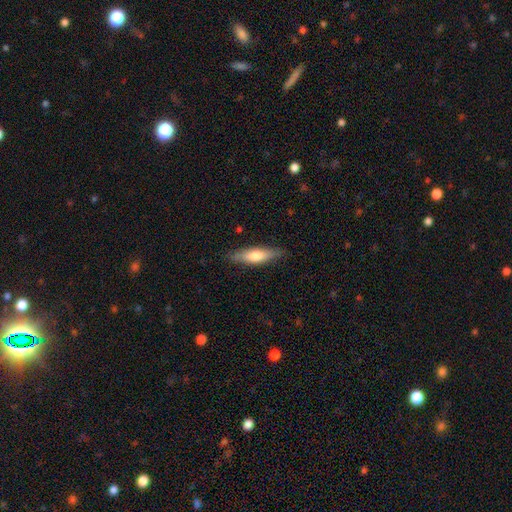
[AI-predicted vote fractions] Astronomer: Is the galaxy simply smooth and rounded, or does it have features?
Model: smooth — 64%.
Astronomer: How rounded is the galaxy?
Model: cigar-shaped — 63%.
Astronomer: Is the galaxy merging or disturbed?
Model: none — 84%.